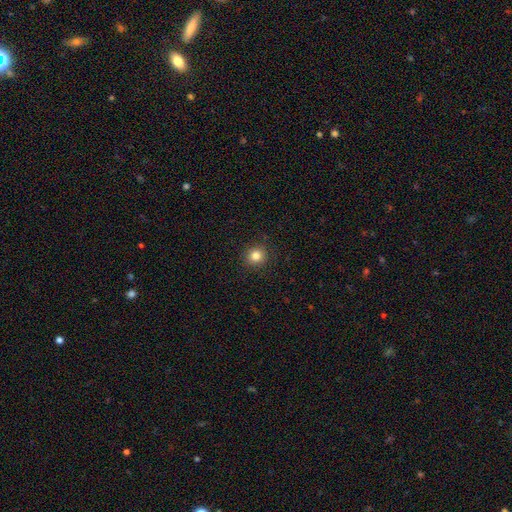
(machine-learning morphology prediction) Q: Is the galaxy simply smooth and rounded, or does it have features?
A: smooth — 83%.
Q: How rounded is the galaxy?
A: round — 89%.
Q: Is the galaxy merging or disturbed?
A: none — 91%.